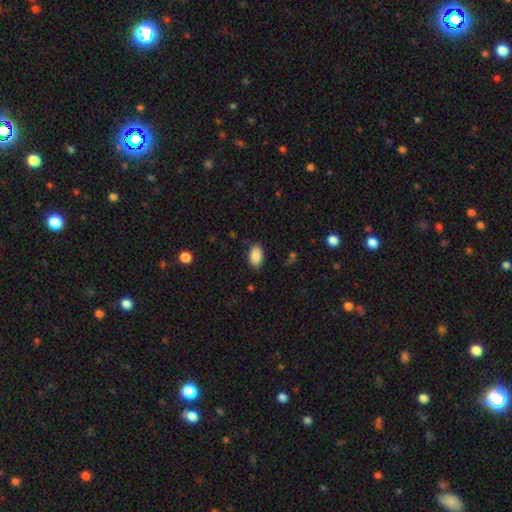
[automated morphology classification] Q: Smooth or featured?
A: smooth (89%); runner-up: star or artifact (7%)
Q: How rounded?
A: in between (93%); runner-up: round (6%)
Q: Merging?
A: none (85%); runner-up: minor disturbance (11%)